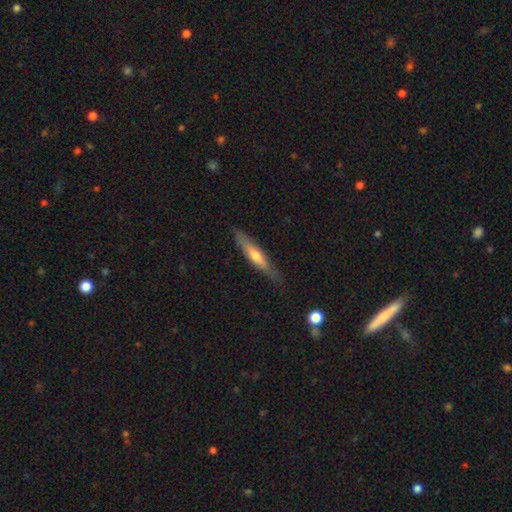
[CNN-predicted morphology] The model was most divided on "smooth or featured": featured or disk: 48%, smooth: 46%, star or artifact: 6%. More confident: merging — none (84%).